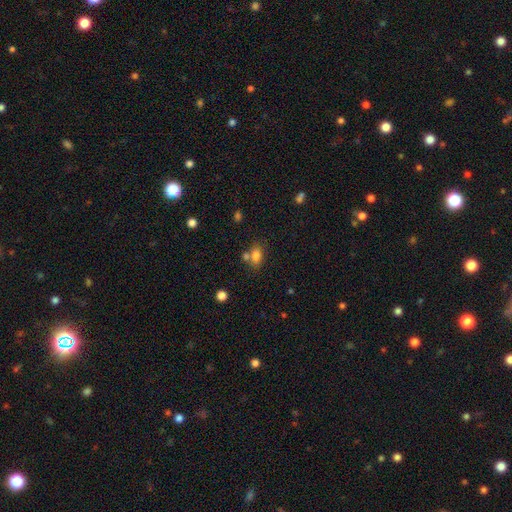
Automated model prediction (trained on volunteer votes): Smooth or featured? smooth (79%)
How rounded? in between (80%)
Merging? none (55%)